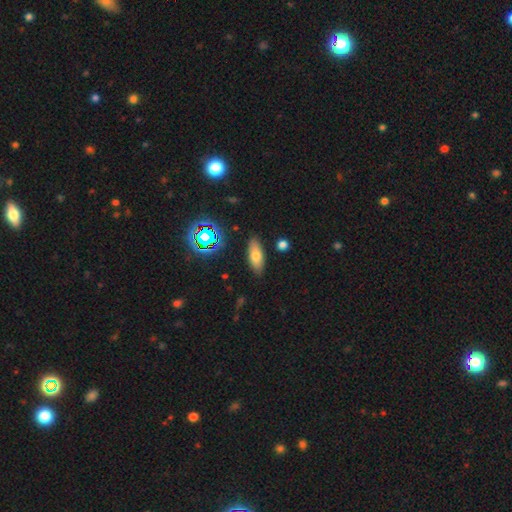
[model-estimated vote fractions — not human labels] smooth-or-featured: smooth: 69% | featured or disk: 17% | star or artifact: 14%
  how-rounded: in between: 74% | cigar-shaped: 22% | round: 4%
  merging: none: 85% | minor disturbance: 10% | major disturbance: 2% | merger: 2%